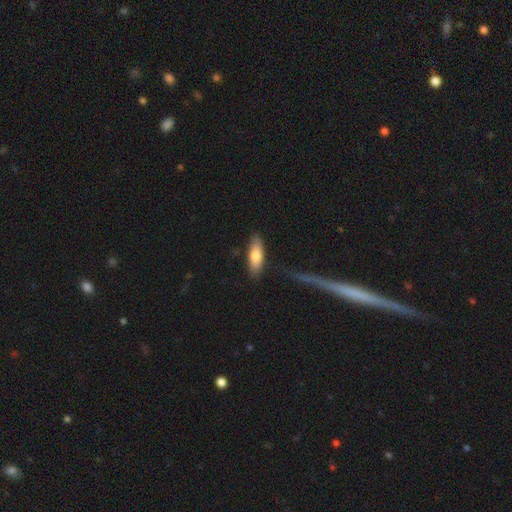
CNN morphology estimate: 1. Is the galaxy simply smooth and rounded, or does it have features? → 75% smooth, 19% featured or disk, 6% star or artifact.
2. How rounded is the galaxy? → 65% in between, 33% cigar-shaped, 2% round.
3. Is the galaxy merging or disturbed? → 82% none, 13% minor disturbance, 3% major disturbance, 2% merger.